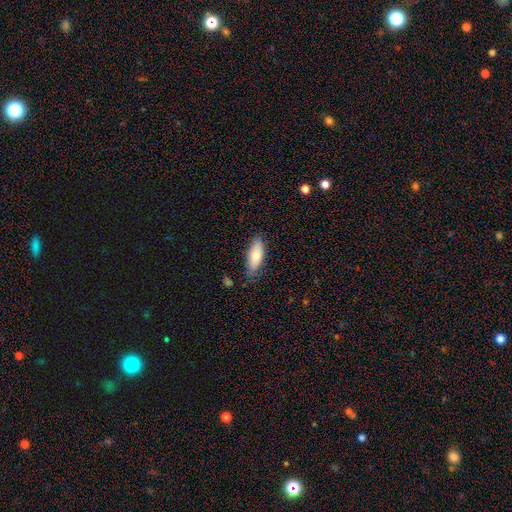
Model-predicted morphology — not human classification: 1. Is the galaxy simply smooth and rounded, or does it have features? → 74% smooth, 20% featured or disk, 6% star or artifact.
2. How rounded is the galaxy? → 74% in between, 24% cigar-shaped, 2% round.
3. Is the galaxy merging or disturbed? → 79% none, 17% minor disturbance, 3% major disturbance, 2% merger.